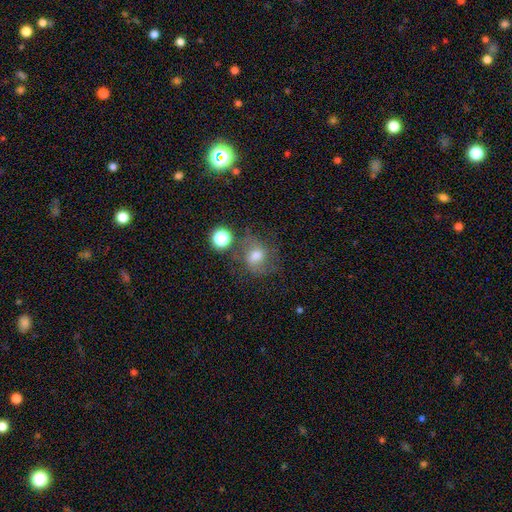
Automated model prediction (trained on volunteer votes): Smooth or featured? smooth (56%)
How rounded? round (62%)
Merging? none (55%)